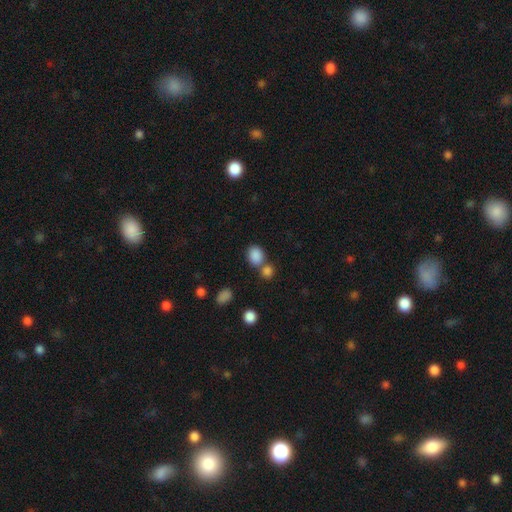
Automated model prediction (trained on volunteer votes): This is clearly a smooth galaxy (85%). How rounded: possibly in between (51%). Merging: possibly none (52%).